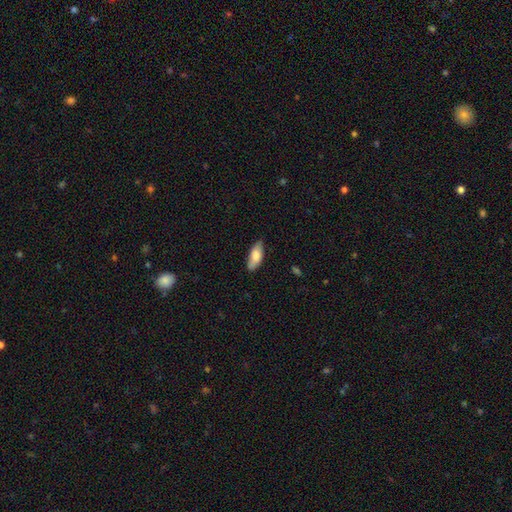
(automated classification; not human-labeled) Morphology: type=smooth (79%); roundness=in between (80%); merging=none (78%).